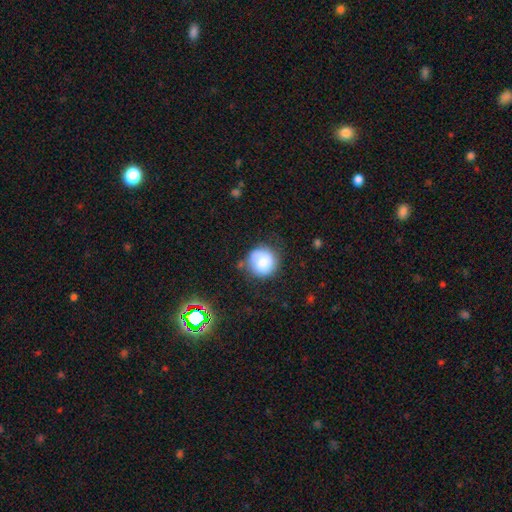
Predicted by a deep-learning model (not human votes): Smooth or featured?
  - smooth: 75% *
  - featured or disk: 16%
  - star or artifact: 9%
How rounded?
  - round: 91% *
  - in between: 8%
  - cigar-shaped: 1%
Merging?
  - none: 69% *
  - minor disturbance: 20%
  - major disturbance: 7%
  - merger: 4%